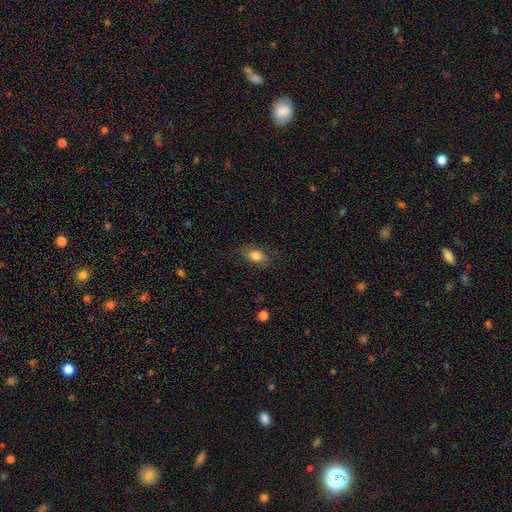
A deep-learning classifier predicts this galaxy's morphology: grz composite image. It shows a smooth galaxy with no disk features (79%) that is in between round and cigar-shaped (85%). Merging: none (73%).